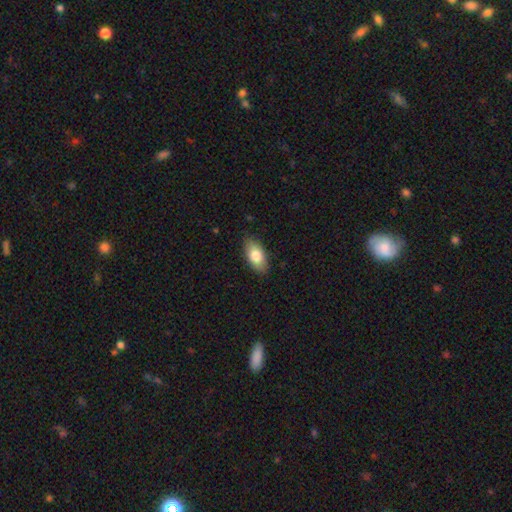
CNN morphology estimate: Q: Smooth or featured?
A: smooth (79%); runner-up: featured or disk (15%)
Q: How rounded?
A: in between (91%); runner-up: cigar-shaped (5%)
Q: Merging?
A: none (86%); runner-up: minor disturbance (11%)